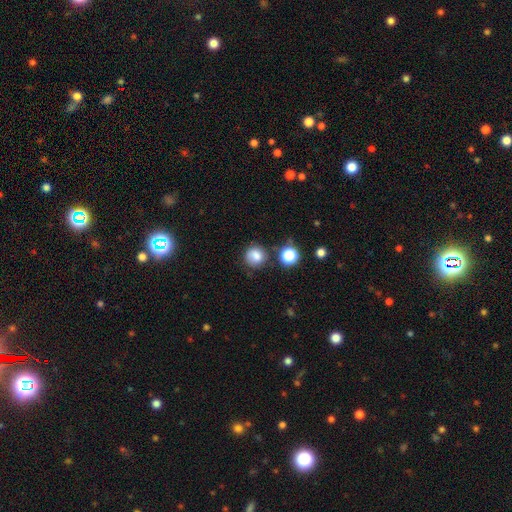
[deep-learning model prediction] smooth 78%, star or artifact 12%, featured or disk 10%. Down the decision tree: how rounded — round (87%); merging — none (71%).